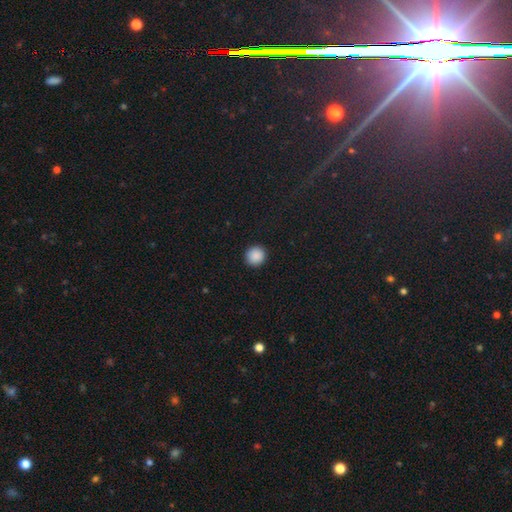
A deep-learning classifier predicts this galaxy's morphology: This is clearly a smooth galaxy (89%). How rounded: clearly round (94%). Merging: clearly none (92%).